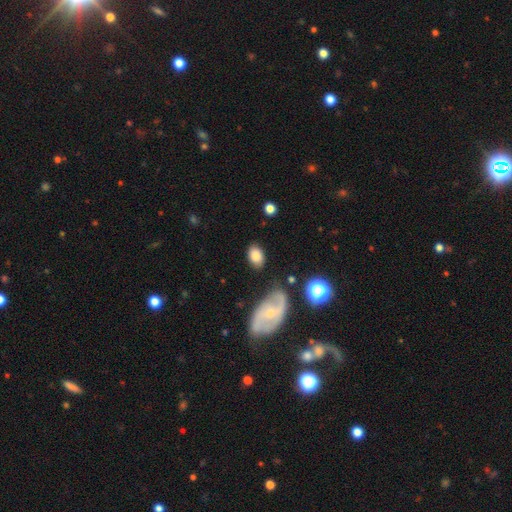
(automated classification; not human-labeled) This is likely a smooth galaxy (77%). How rounded: clearly in between (84%). Merging: likely none (73%).